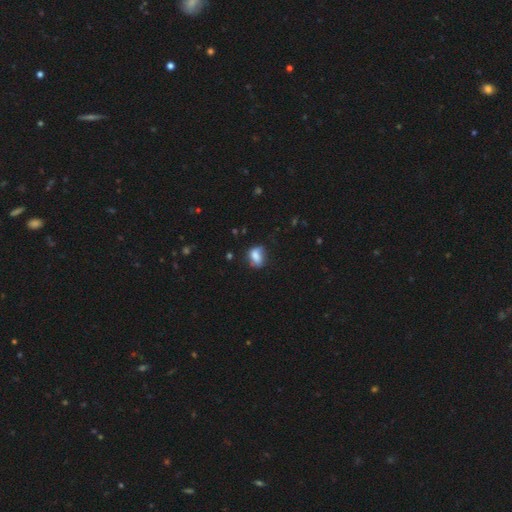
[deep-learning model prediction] Smooth or featured? smooth (73%)
How rounded? in between (74%)
Merging? none (51%)